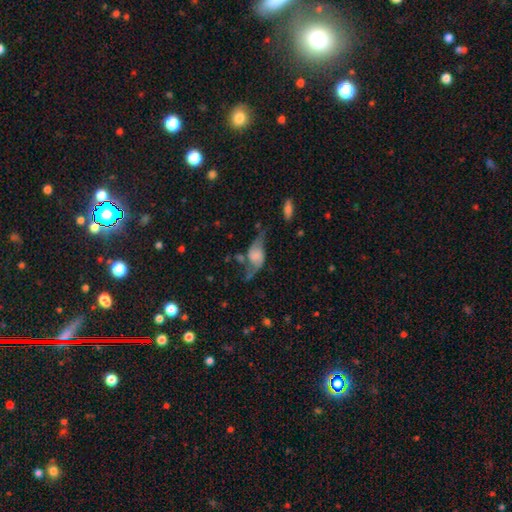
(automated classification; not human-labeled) This appears to be a featured or disk galaxy (64%) with no bar (61%), spiral arms (85%) and no central bulge (37%). Merging: none (40%).